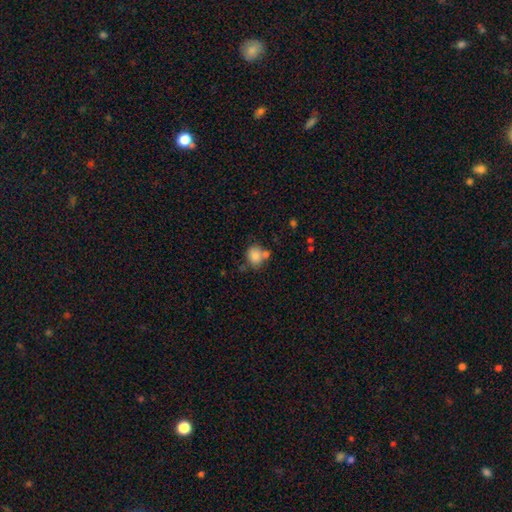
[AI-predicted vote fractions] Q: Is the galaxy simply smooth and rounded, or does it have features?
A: smooth — 82%.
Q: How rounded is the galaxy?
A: round — 65%.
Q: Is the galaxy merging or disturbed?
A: none — 50%.